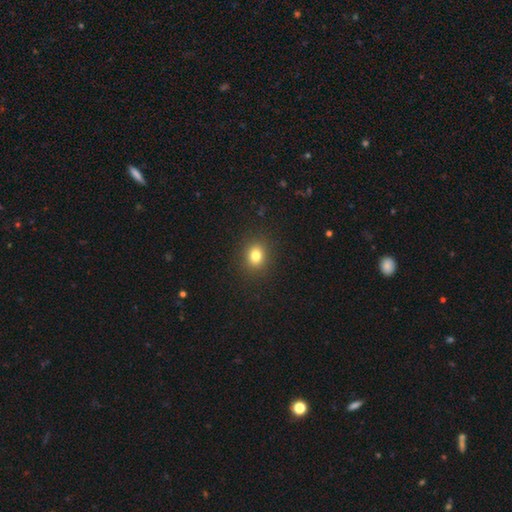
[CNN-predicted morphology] Overall: smooth (81%). How rounded: round (62%; in between 37%). Merging: none (89%).